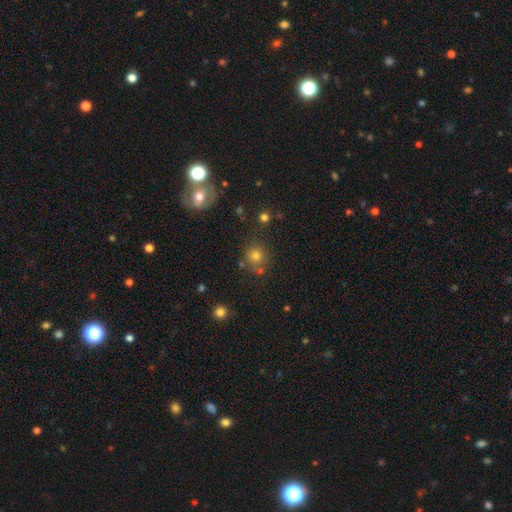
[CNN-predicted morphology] A smooth galaxy with no disk features (73%) that is round (90%). Merging: none (75%).